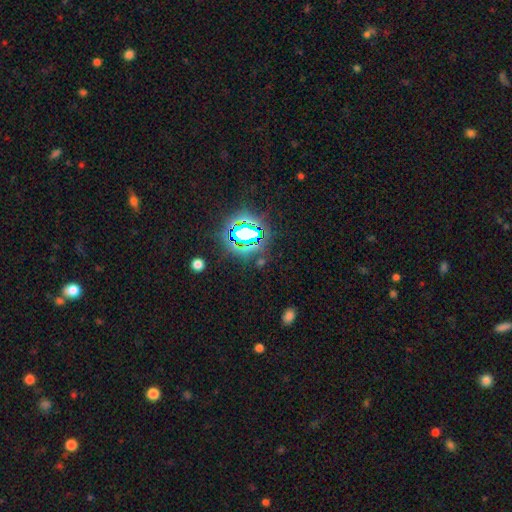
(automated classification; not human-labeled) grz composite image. It shows a star or artifact, not a galaxy (83%).